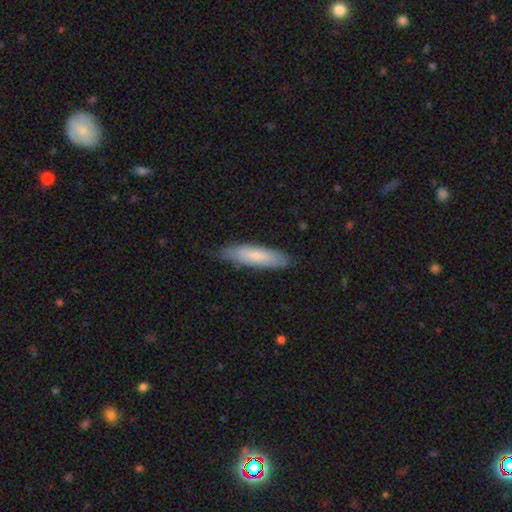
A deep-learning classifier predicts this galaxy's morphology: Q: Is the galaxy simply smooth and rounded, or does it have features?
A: smooth — 76%.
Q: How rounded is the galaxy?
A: cigar-shaped — 68%.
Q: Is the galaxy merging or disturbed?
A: none — 81%.